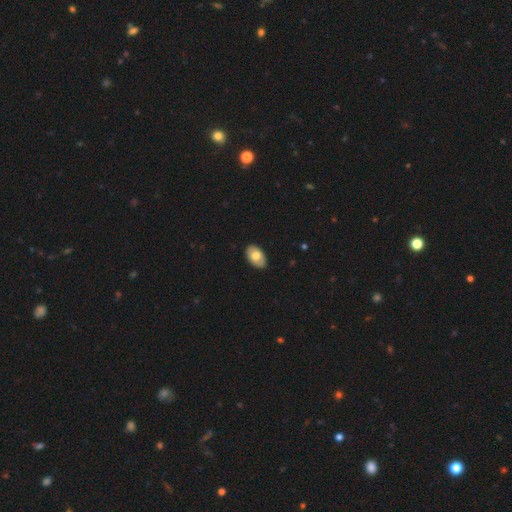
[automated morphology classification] This appears to be a smooth galaxy with no disk features (71%) that is in between round and cigar-shaped (92%). Merging: none (86%).